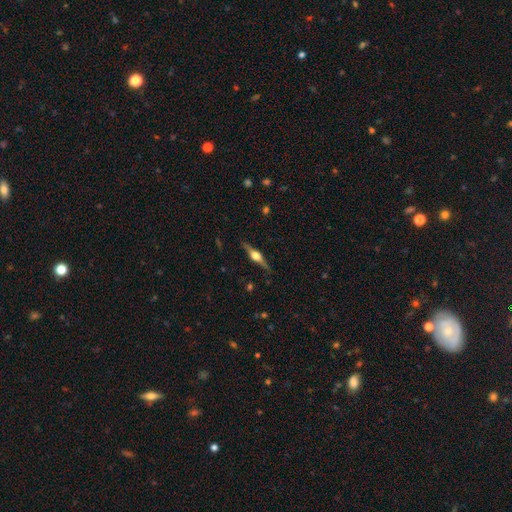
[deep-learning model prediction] Smooth or featured: featured or disk — 80% (smooth — 14%)
Edge-on disk: yes — 98% (no — 2%)
Edge-on bulge: rounded — 93% (boxy — 5%)
Merging: none — 88% (minor disturbance — 9%)